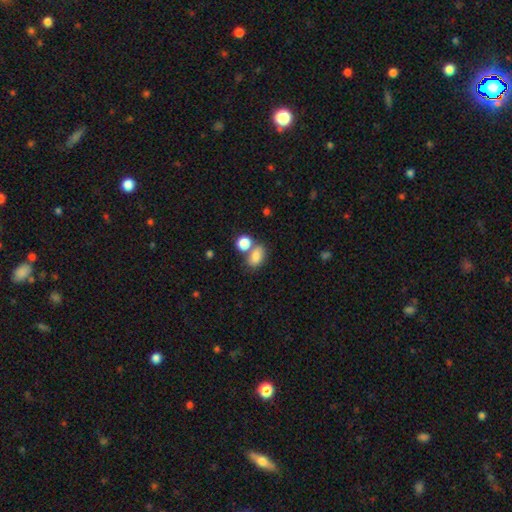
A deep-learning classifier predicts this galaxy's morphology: smooth_or_featured: smooth (p=0.81) [alt: star or artifact p=0.11]
how_rounded: in between (p=0.77) [alt: round p=0.21]
merging: none (p=0.47) [alt: merger p=0.35]